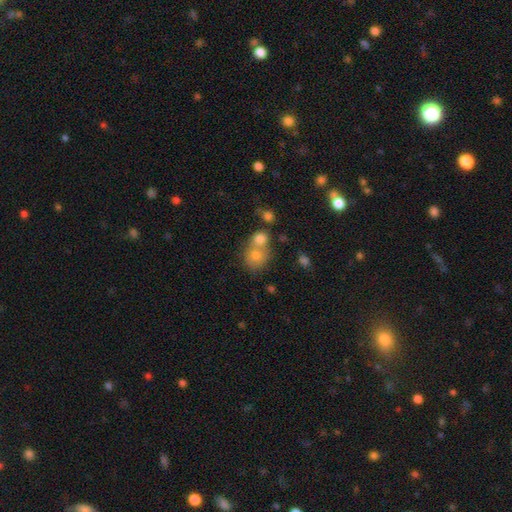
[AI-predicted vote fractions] The model was most divided on "merging": merger: 57%, none: 32%, minor disturbance: 8%, major disturbance: 3%. More confident: smooth or featured — smooth (74%); how rounded — round (68%).